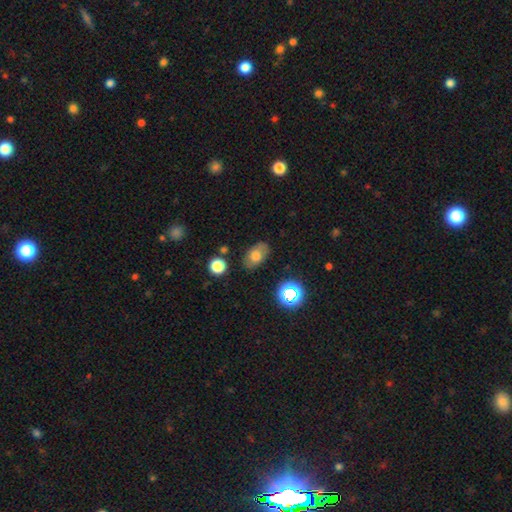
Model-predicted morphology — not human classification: type=smooth (68%); roundness=in between (87%); merging=none (78%).